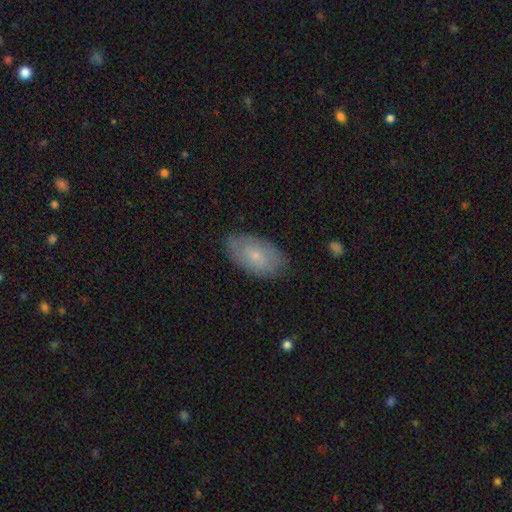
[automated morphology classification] smooth 62%, featured or disk 32%, star or artifact 7%. Down the decision tree: how rounded — in between (92%); merging — none (79%).